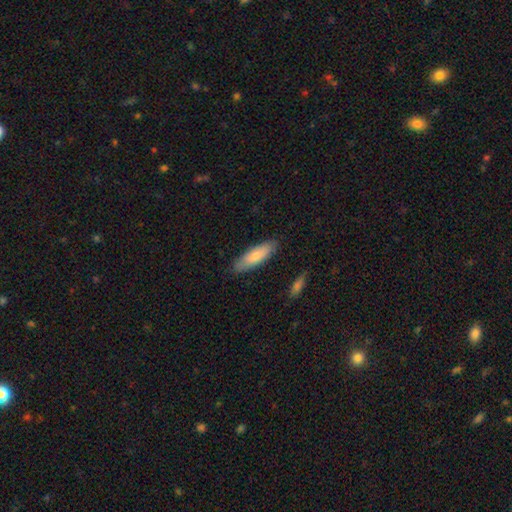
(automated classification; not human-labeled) Smooth or featured? Predicted: smooth (p=0.75). How rounded? Predicted: in between (p=0.49, tied with cigar-shaped). Merging? Predicted: none (p=0.85).